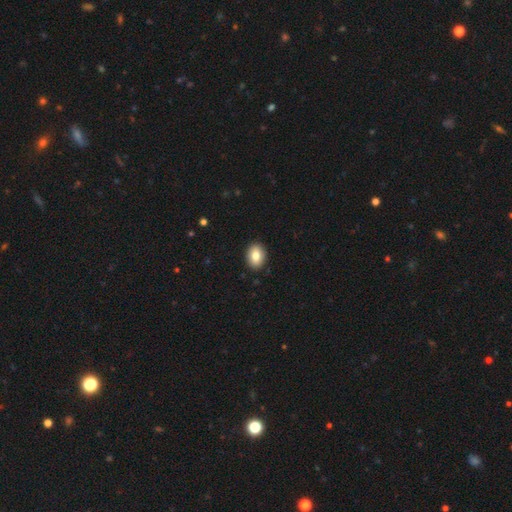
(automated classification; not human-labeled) Q: Smooth or featured?
A: smooth (83%); runner-up: featured or disk (9%)
Q: How rounded?
A: in between (75%); runner-up: round (24%)
Q: Merging?
A: none (91%); runner-up: minor disturbance (7%)